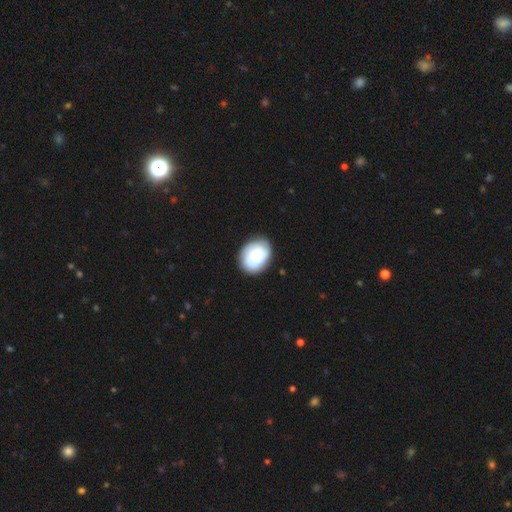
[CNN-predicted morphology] type=smooth (54%); roundness=in between (60%); merging=none (79%).